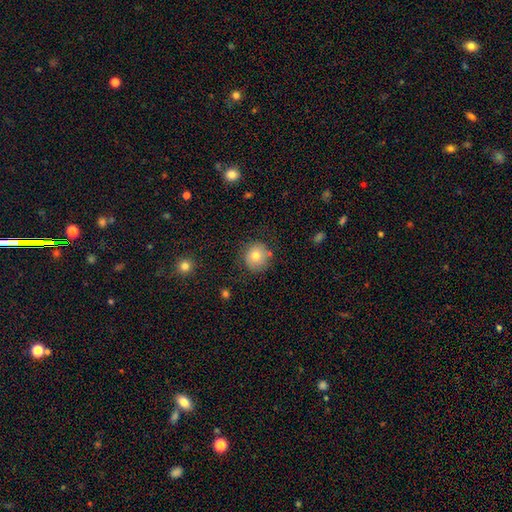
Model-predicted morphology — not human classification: Smooth or featured: smooth — 76% (featured or disk — 14%)
How rounded: round — 90% (in between — 9%)
Merging: none — 80% (minor disturbance — 13%)